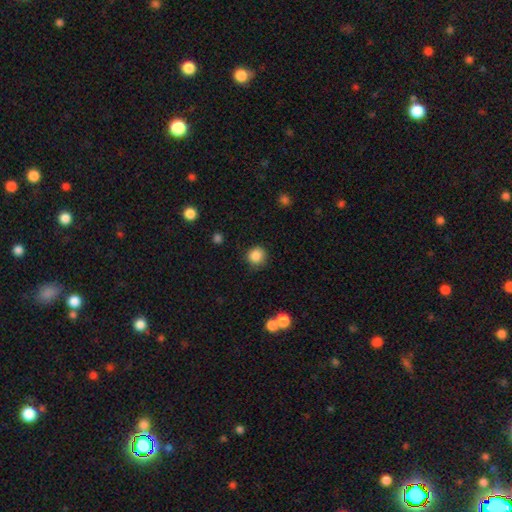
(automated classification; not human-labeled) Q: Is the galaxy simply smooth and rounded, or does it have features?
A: smooth — 86%.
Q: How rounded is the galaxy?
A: round — 90%.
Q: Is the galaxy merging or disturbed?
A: none — 84%.